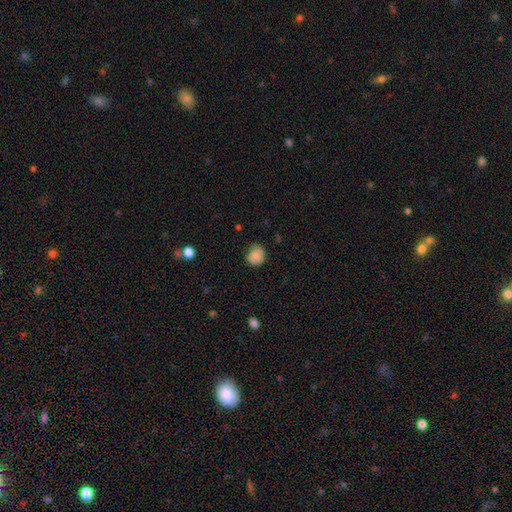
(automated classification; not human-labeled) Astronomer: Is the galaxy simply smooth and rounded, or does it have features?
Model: smooth — 86%.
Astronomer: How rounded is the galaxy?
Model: round — 81%.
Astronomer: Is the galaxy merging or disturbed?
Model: none — 76%.